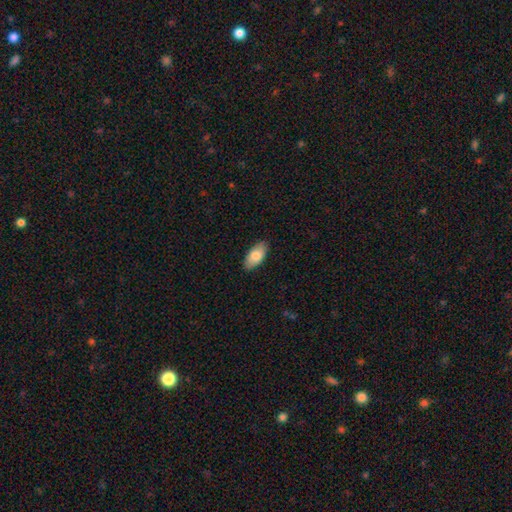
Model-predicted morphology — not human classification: Smooth or featured? Predicted: smooth (p=0.83). How rounded? Predicted: in between (p=0.92). Merging? Predicted: none (p=0.87).